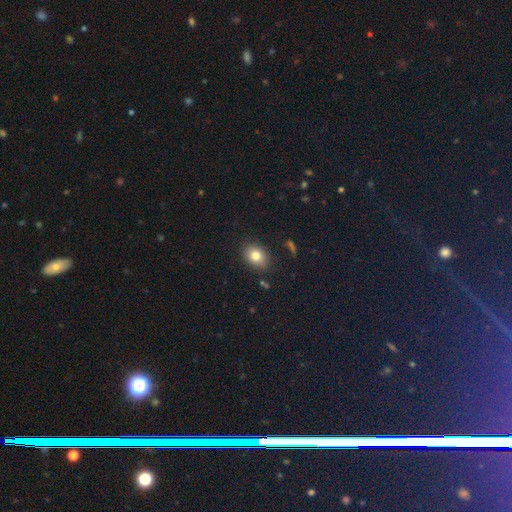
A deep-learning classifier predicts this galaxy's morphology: The model was most divided on "how rounded": in between: 62%, round: 37%, cigar-shaped: 1%. More confident: merging — none (86%); smooth or featured — smooth (81%).